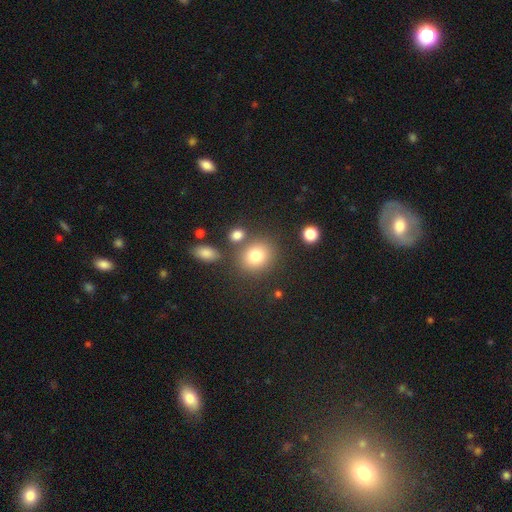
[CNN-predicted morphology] Smooth or featured? Predicted: smooth (p=0.79). How rounded? Predicted: round (p=0.73). Merging? Predicted: none (p=0.74).